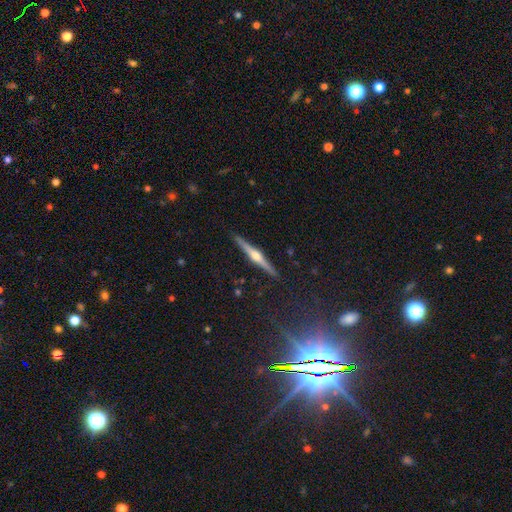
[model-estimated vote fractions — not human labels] Q: Smooth or featured?
A: featured or disk (76%); runner-up: smooth (17%)
Q: Edge-on disk?
A: yes (98%); runner-up: no (2%)
Q: Edge-on bulge?
A: rounded (92%); runner-up: none (4%)
Q: Merging?
A: none (91%); runner-up: minor disturbance (7%)